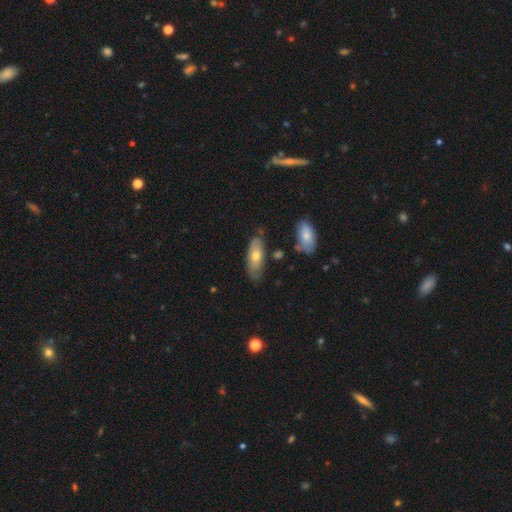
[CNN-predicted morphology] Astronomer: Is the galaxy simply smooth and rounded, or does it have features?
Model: smooth — 62%.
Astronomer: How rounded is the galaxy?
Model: in between — 76%.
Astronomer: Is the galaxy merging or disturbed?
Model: none — 70%.